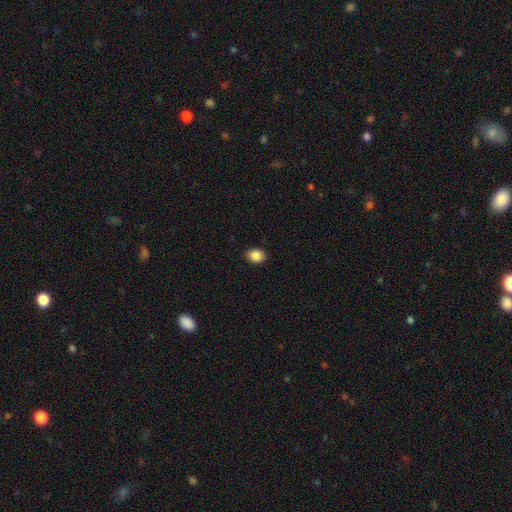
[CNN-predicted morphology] The model was most divided on "how rounded": in between: 59%, round: 40%, cigar-shaped: 1%. More confident: merging — none (90%); smooth or featured — smooth (87%).